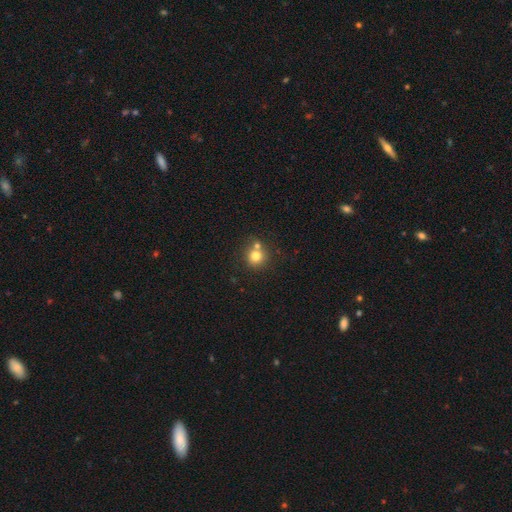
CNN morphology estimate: type=smooth (77%); roundness=round (90%); merging=none (58%).